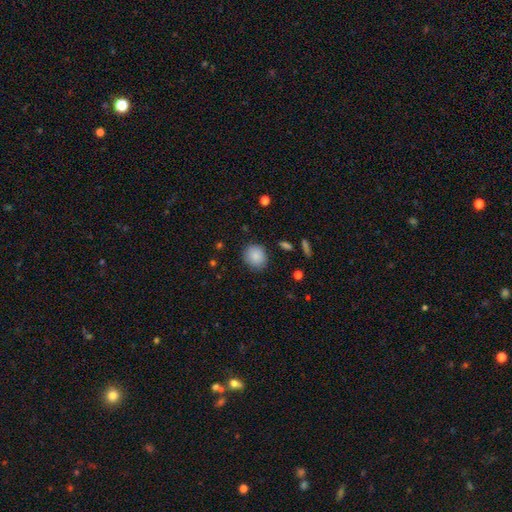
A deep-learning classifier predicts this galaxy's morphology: Q: Smooth or featured?
A: smooth (86%); runner-up: star or artifact (8%)
Q: How rounded?
A: round (77%); runner-up: in between (22%)
Q: Merging?
A: none (84%); runner-up: minor disturbance (12%)